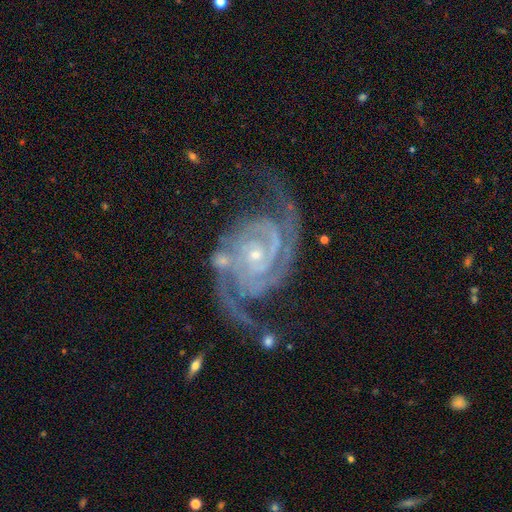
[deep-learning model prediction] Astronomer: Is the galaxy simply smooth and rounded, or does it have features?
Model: featured or disk — 93%.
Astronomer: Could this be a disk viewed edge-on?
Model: no — 98%.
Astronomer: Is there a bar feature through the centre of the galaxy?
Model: no — 68%.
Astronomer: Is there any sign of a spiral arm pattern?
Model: yes — 99%.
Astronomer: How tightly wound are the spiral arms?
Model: tight — 64%.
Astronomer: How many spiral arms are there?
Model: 2 — 63%.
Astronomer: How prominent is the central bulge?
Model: small — 81%.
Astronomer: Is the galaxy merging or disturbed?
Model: none — 60%.